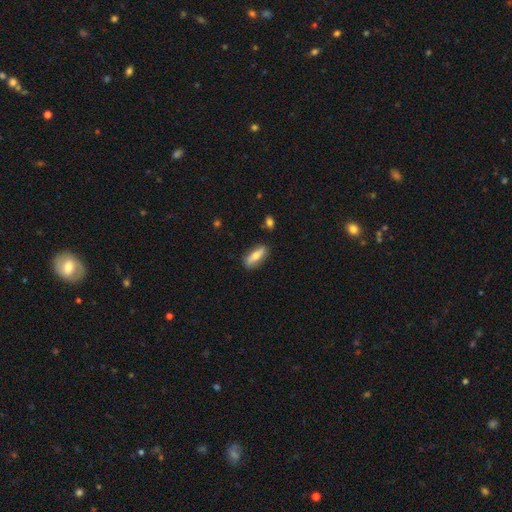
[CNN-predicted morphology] Smooth or featured? Predicted: smooth (p=0.60). How rounded? Predicted: in between (p=0.55). Merging? Predicted: none (p=0.83).